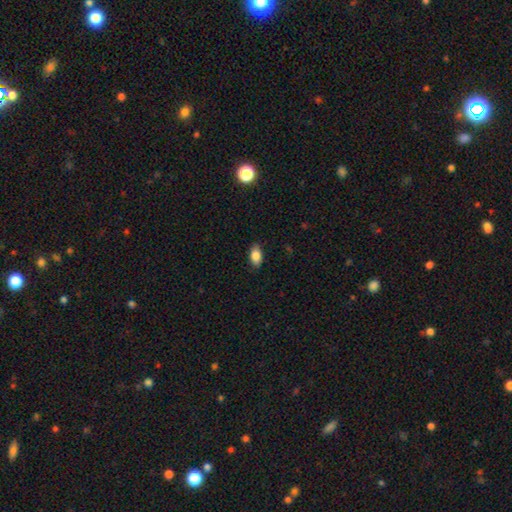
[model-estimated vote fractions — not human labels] A smooth galaxy with no disk features (84%) that is in between round and cigar-shaped (90%).

Vote fractions:
- Smooth or featured? smooth: 84% / star or artifact: 8% / featured or disk: 8%
- How rounded? in between: 90% / round: 6% / cigar-shaped: 4%
- Merging? none: 86% / minor disturbance: 11% / major disturbance: 2% / merger: 1%